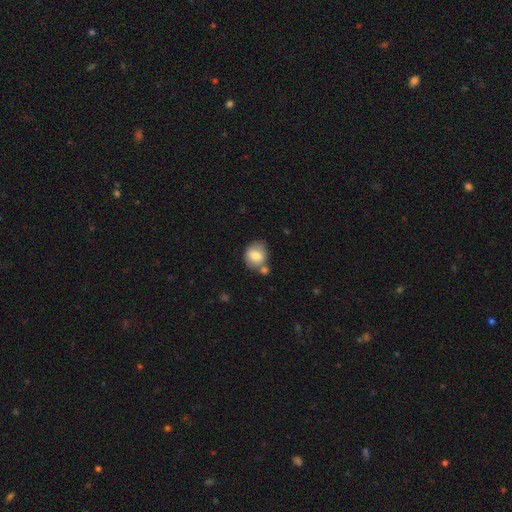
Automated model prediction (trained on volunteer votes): A smooth galaxy with no disk features (79%) that is round (69%). Merging: none (54%).